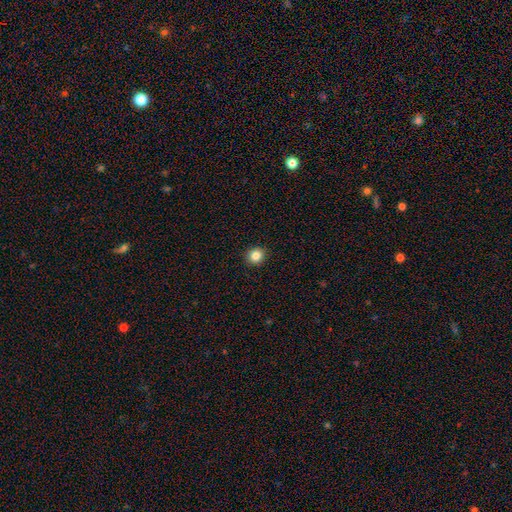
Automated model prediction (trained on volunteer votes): Morphology: type=smooth (85%); roundness=round (82%); merging=none (92%).